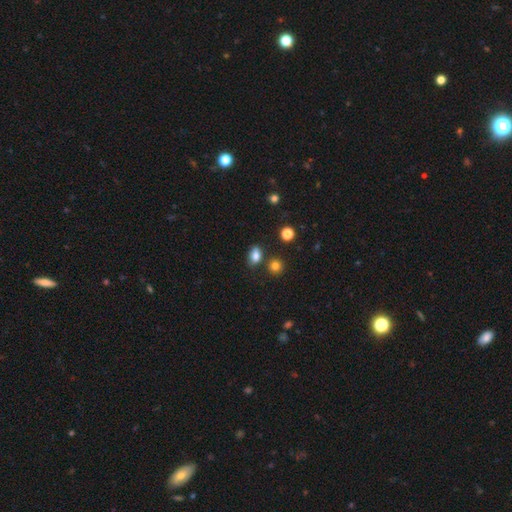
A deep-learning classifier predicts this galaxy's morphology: Overall: smooth (81%). How rounded: in between (76%). Merging: none (70%).